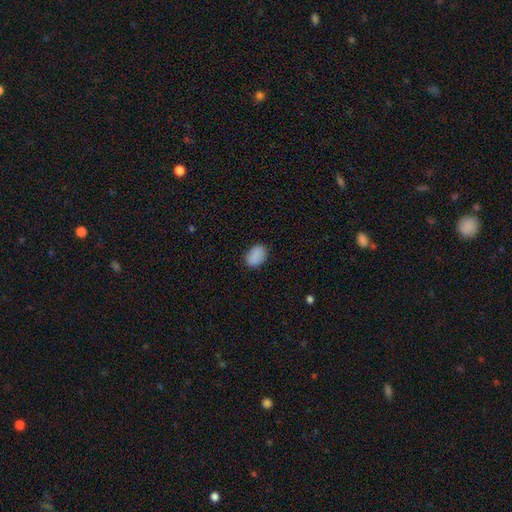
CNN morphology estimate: Smooth or featured?
  - smooth: 88% *
  - star or artifact: 8%
  - featured or disk: 4%
How rounded?
  - in between: 79% *
  - round: 19%
  - cigar-shaped: 1%
Merging?
  - none: 86% *
  - minor disturbance: 10%
  - major disturbance: 2%
  - merger: 1%